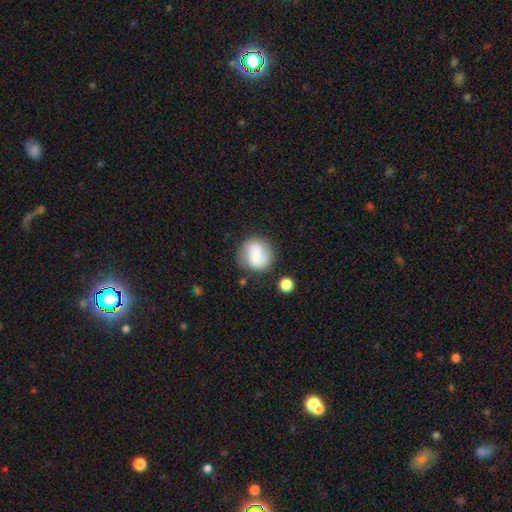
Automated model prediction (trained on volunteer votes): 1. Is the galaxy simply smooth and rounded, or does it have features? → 52% smooth, 40% featured or disk, 8% star or artifact.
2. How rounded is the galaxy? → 87% round, 12% in between, 1% cigar-shaped.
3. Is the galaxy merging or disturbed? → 74% none, 15% minor disturbance, 6% major disturbance, 5% merger.